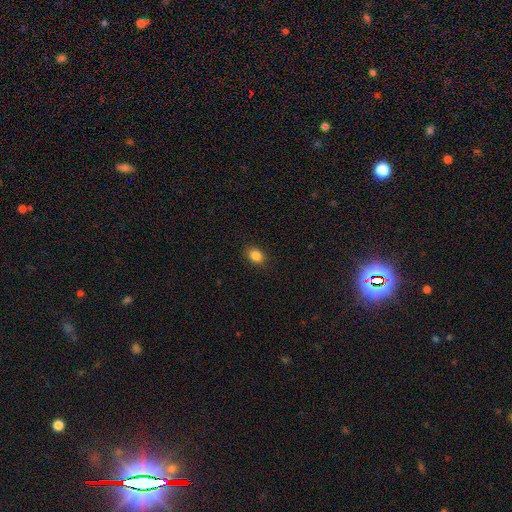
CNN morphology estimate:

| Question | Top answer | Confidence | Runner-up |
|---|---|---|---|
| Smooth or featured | smooth | 85% | star or artifact (10%) |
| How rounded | in between | 66% | round (33%) |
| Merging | none | 88% | minor disturbance (9%) |